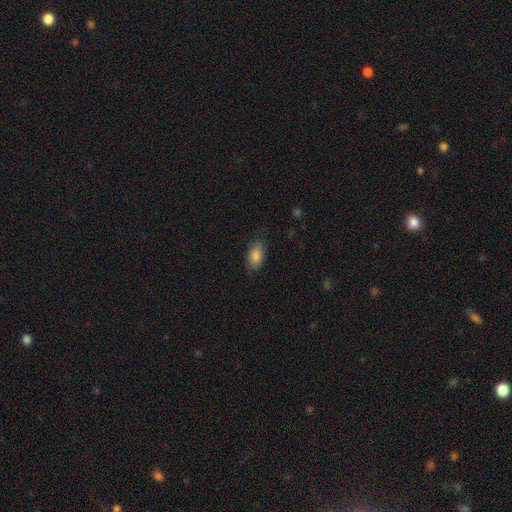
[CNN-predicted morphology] A smooth galaxy with no disk features (84%) that is in between round and cigar-shaped (90%). Merging: none (78%).